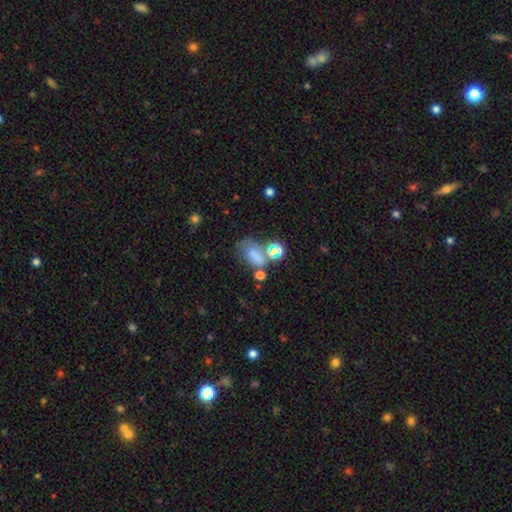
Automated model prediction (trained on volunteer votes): smooth_or_featured: smooth (p=0.62) [alt: star or artifact p=0.23]
how_rounded: in between (p=0.77) [alt: round p=0.19]
merging: none (p=0.35) [alt: merger p=0.25]